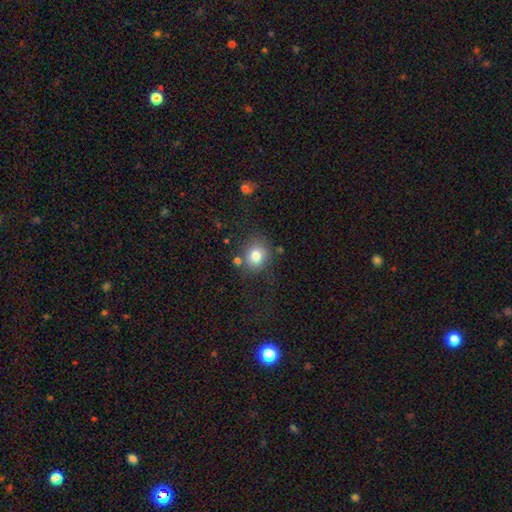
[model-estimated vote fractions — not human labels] A smooth galaxy with no disk features (80%) that is round (77%).

Vote fractions:
- Smooth or featured? smooth: 80% / star or artifact: 11% / featured or disk: 9%
- How rounded? round: 77% / in between: 22% / cigar-shaped: 1%
- Merging? none: 73% / minor disturbance: 14% / merger: 7% / major disturbance: 6%